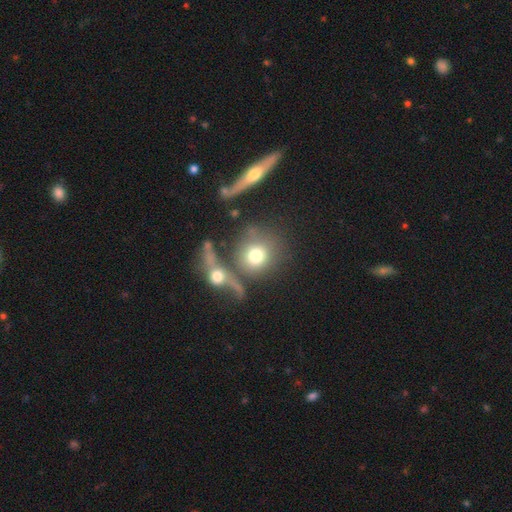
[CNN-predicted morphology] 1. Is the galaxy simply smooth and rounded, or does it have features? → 67% smooth, 22% featured or disk, 11% star or artifact.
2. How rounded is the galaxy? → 83% round, 15% in between, 2% cigar-shaped.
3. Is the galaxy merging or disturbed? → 41% merger, 37% none, 12% major disturbance, 10% minor disturbance.